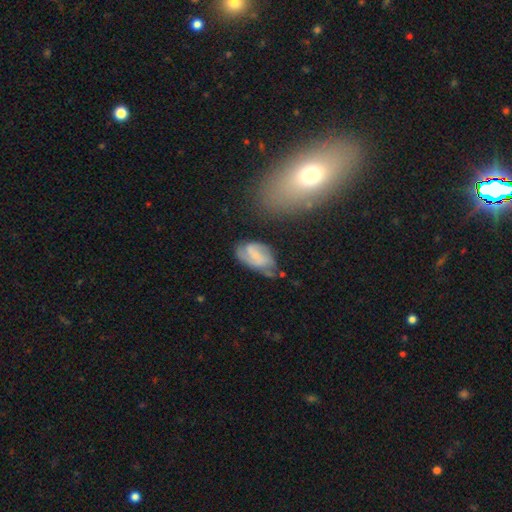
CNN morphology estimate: The model was most divided on "bar": weak: 45%, no: 37%, strong: 18%. Remaining: edge-on disk — no (95%); spiral arms — yes (81%); smooth or featured — featured or disk (58%); bulge size — small (51%); merging — none (50%).